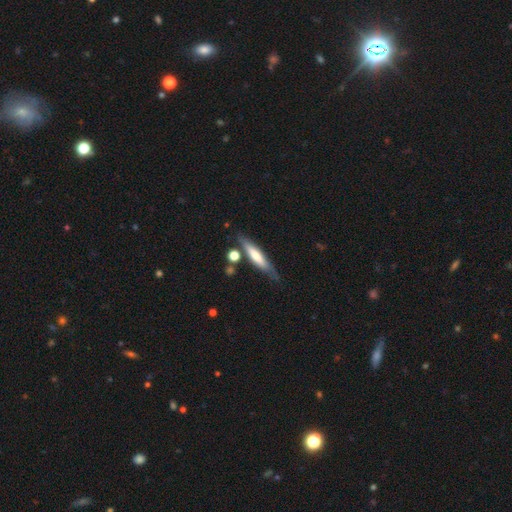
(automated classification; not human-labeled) Smooth or featured? smooth (51%)
How rounded? cigar-shaped (81%)
Merging? none (70%)